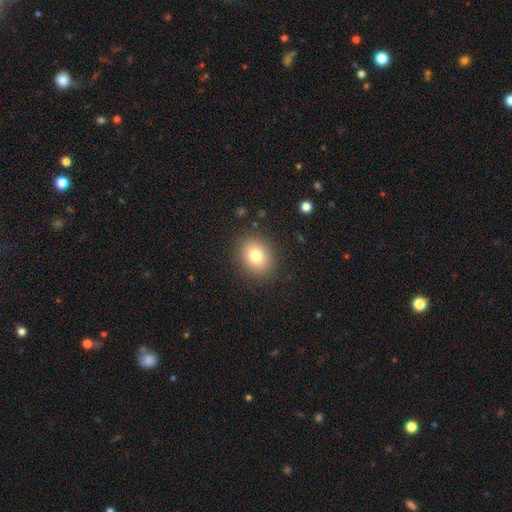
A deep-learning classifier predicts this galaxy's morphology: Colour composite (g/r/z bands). It shows a smooth galaxy with no disk features (79%) that is round (63%). Merging: none (88%).